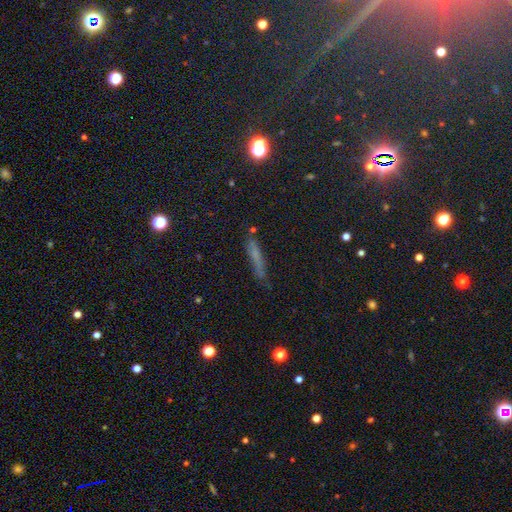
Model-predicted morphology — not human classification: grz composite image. It shows a smooth galaxy with no disk features (54%) that is cigar-shaped (85%). Merging: none (69%).